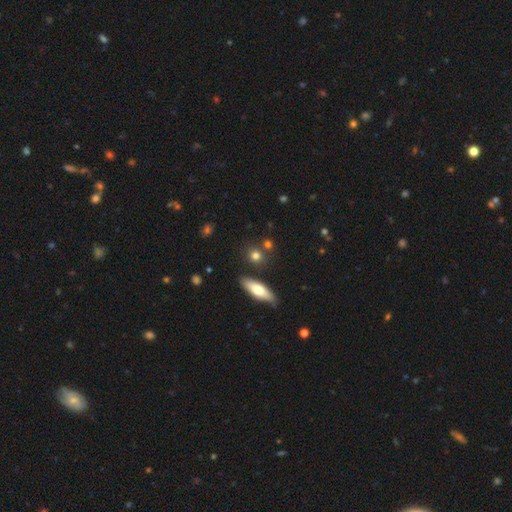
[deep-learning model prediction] smooth 76%, featured or disk 13%, star or artifact 11%. Down the decision tree: how rounded — round (74%); merging — none (78%).